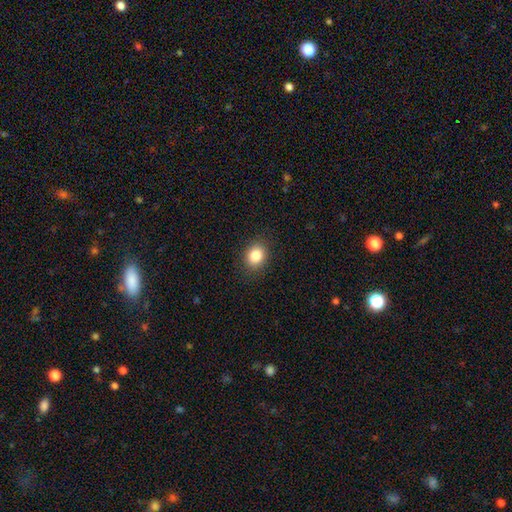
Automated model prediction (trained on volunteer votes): Q: Smooth or featured?
A: smooth (84%); runner-up: star or artifact (10%)
Q: How rounded?
A: round (55%); runner-up: in between (44%)
Q: Merging?
A: none (88%); runner-up: minor disturbance (8%)